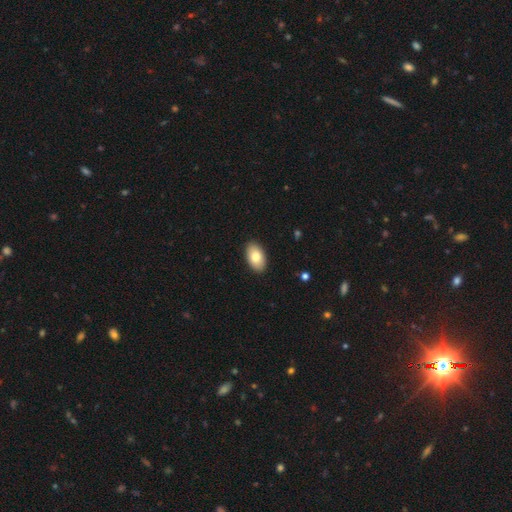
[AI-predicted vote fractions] A smooth galaxy with no disk features (82%) that is in between round and cigar-shaped (94%). Merging: none (90%).